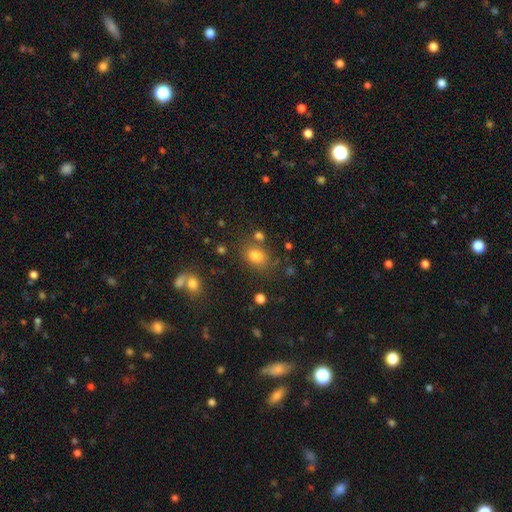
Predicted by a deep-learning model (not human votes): Smooth or featured? Predicted: smooth (p=0.79). How rounded? Predicted: in between (p=0.63). Merging? Predicted: none (p=0.69).